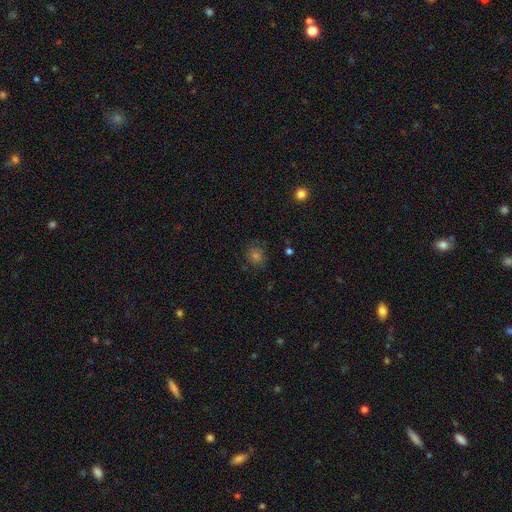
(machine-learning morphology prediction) A smooth galaxy with no disk features (58%) that is round (81%).

Vote fractions:
- Smooth or featured? smooth: 58% / star or artifact: 25% / featured or disk: 16%
- How rounded? round: 81% / in between: 18% / cigar-shaped: 1%
- Merging? none: 80% / minor disturbance: 14% / major disturbance: 5% / merger: 2%